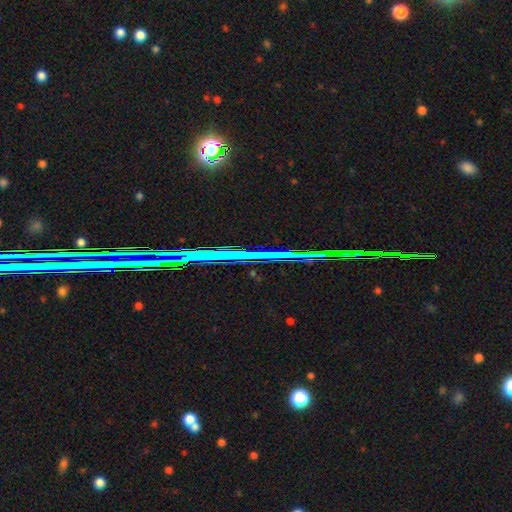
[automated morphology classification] This is likely a star or artifact rather than a galaxy (74%).